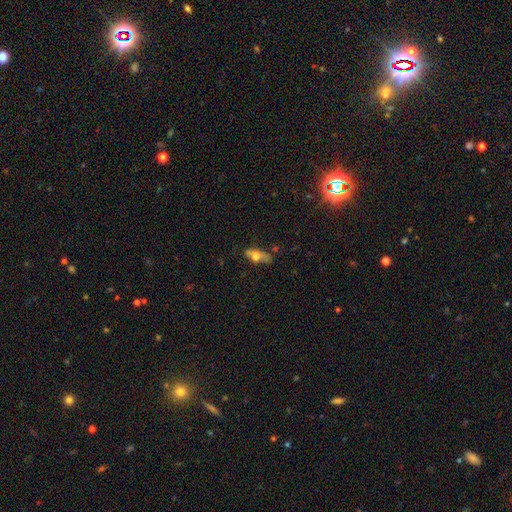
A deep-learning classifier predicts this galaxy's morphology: type=smooth (54%); roundness=in between (62%); merging=none (56%).